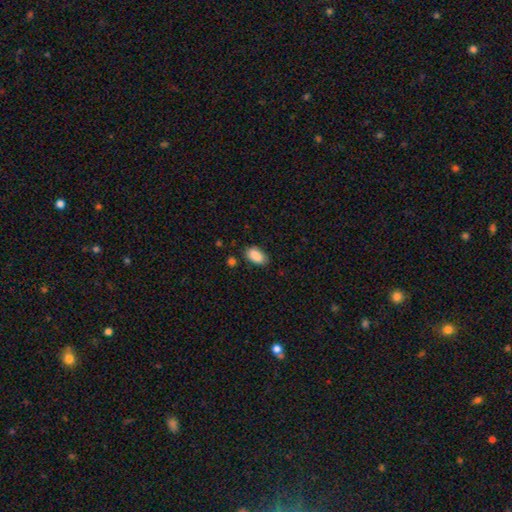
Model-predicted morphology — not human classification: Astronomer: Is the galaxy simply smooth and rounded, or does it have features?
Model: smooth — 89%.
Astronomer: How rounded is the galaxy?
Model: in between — 93%.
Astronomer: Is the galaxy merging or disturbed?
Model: none — 77%.